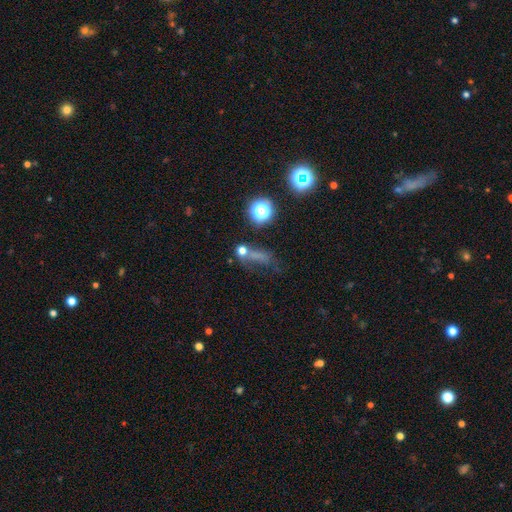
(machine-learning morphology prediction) The model was most divided on "smooth or featured": smooth: 44%, star or artifact: 35%, featured or disk: 20%. Remaining: merging — none (40%).